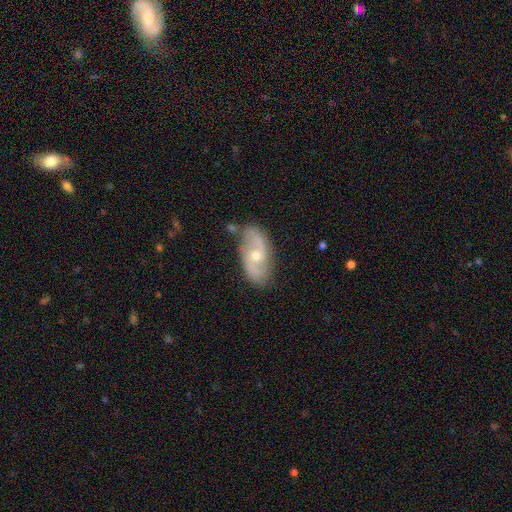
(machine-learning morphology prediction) Smooth or featured?
  - featured or disk: 76% *
  - smooth: 18%
  - star or artifact: 6%
Edge-on disk?
  - no: 94% *
  - yes: 6%
Bar?
  - no: 57% *
  - weak: 35%
  - strong: 8%
Spiral arms?
  - yes: 89% *
  - no: 11%
Spiral winding?
  - medium: 44% *
  - loose: 35%
  - tight: 21%
Spiral arm count?
  - 2: 87% *
  - can't tell: 8%
  - 1: 2%
  - 3: 2%
  - 4: 1%
  - more than 4: 1%
Bulge size?
  - moderate: 55% *
  - small: 41%
  - large: 2%
  - none: 1%
  - dominant: 1%
Merging?
  - none: 74% *
  - minor disturbance: 18%
  - major disturbance: 4%
  - merger: 4%